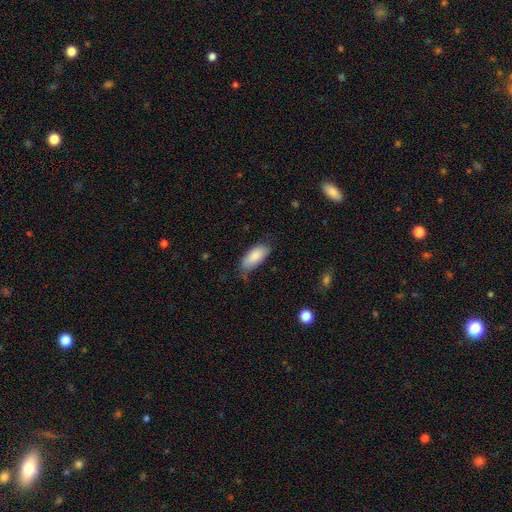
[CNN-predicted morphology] This is clearly a smooth galaxy (86%). How rounded: clearly in between (89%). Merging: likely none (62%).